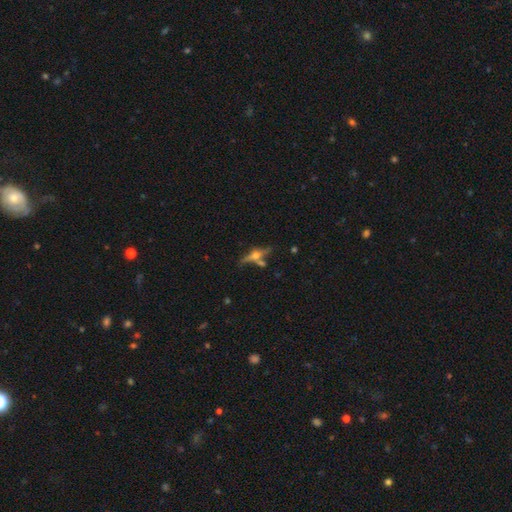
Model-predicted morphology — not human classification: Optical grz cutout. It shows a featured or disk galaxy (69%) viewed edge-on (92%) with a rounded central bulge (94%). Merging: none (63%).